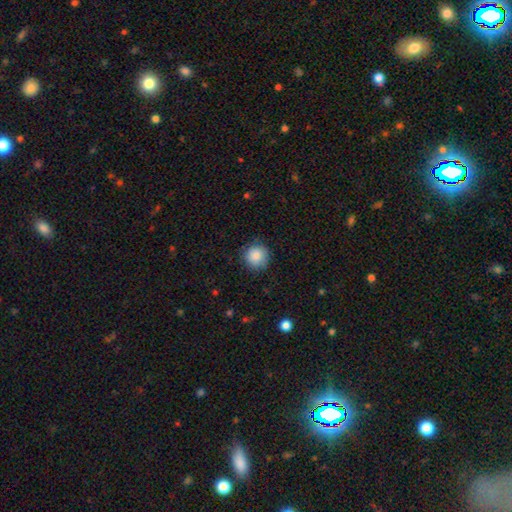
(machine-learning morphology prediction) A smooth galaxy with no disk features (87%) that is round (92%). Merging: none (84%).